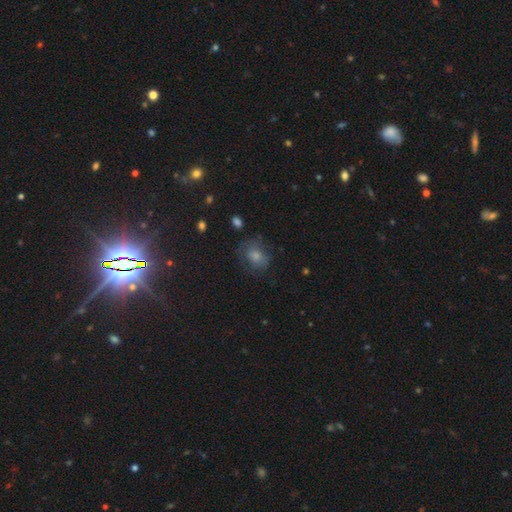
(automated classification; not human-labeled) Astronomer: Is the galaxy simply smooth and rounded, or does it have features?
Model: smooth — 70%.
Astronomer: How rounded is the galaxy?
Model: in between — 51% (runner-up: round, 48%).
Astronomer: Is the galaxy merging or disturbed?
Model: none — 57%.